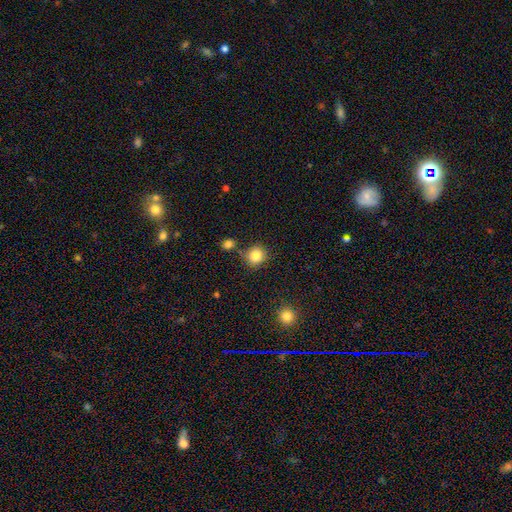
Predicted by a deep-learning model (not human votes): Q: Smooth or featured?
A: smooth (84%); runner-up: star or artifact (10%)
Q: How rounded?
A: round (86%); runner-up: in between (13%)
Q: Merging?
A: none (80%); runner-up: minor disturbance (10%)